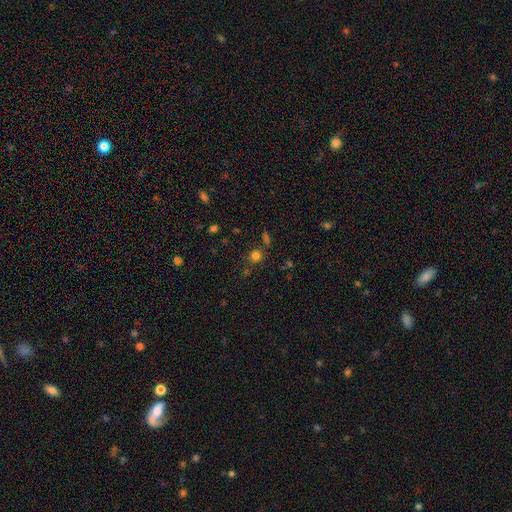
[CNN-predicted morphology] Smooth or featured?
  - smooth: 74% *
  - star or artifact: 21%
  - featured or disk: 6%
How rounded?
  - round: 88% *
  - in between: 10%
  - cigar-shaped: 1%
Merging?
  - none: 77% *
  - minor disturbance: 10%
  - merger: 9%
  - major disturbance: 4%